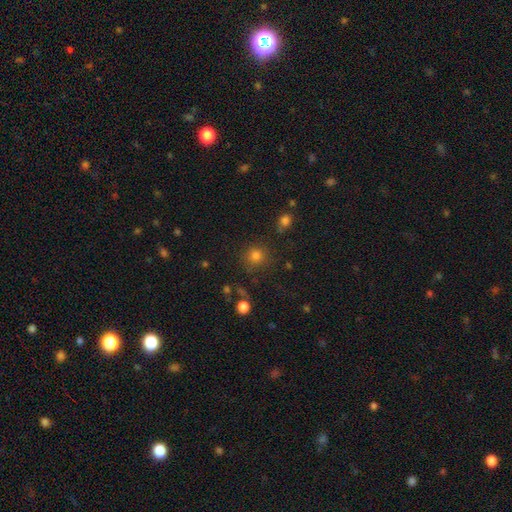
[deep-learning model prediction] smooth_or_featured: smooth (p=0.78) [alt: star or artifact p=0.16]
how_rounded: round (p=0.91) [alt: in between p=0.08]
merging: none (p=0.83) [alt: minor disturbance p=0.10]